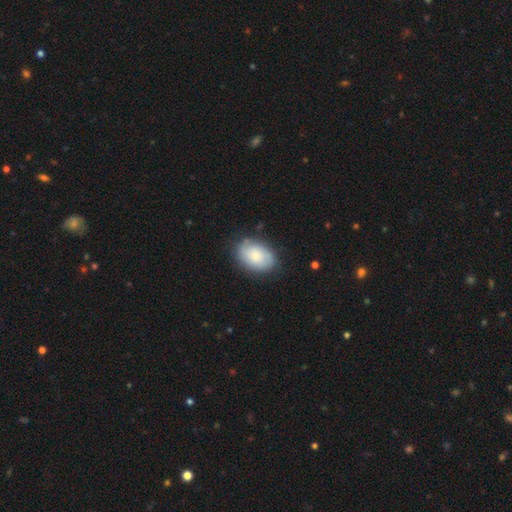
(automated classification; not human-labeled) Smooth or featured?
  - smooth: 73% *
  - featured or disk: 21%
  - star or artifact: 7%
How rounded?
  - in between: 84% *
  - round: 15%
  - cigar-shaped: 1%
Merging?
  - none: 78% *
  - minor disturbance: 16%
  - major disturbance: 4%
  - merger: 1%